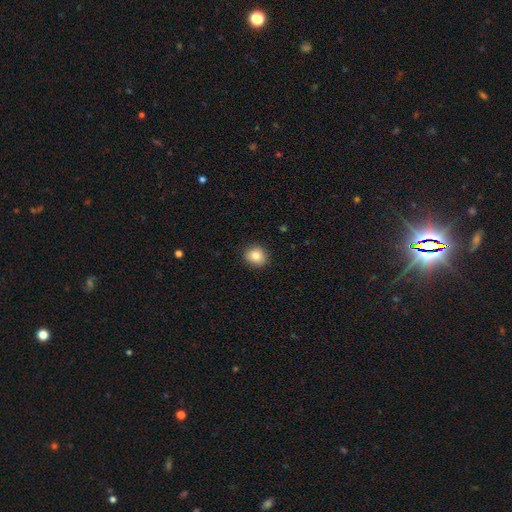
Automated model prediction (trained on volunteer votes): Overall: smooth (86%). How rounded: round (76%). Merging: none (88%).